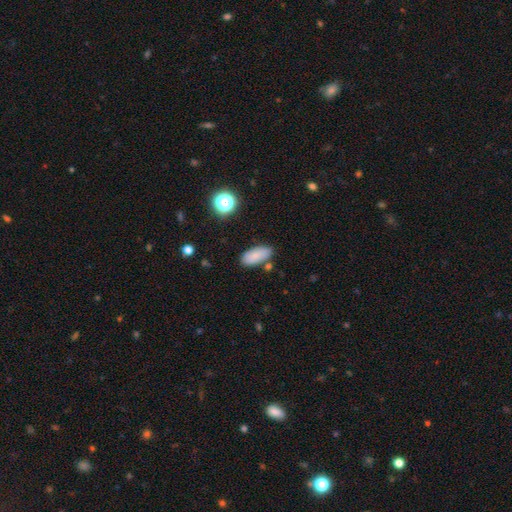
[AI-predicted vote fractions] This is clearly a smooth galaxy (83%). How rounded: clearly in between (87%). Merging: likely none (78%).